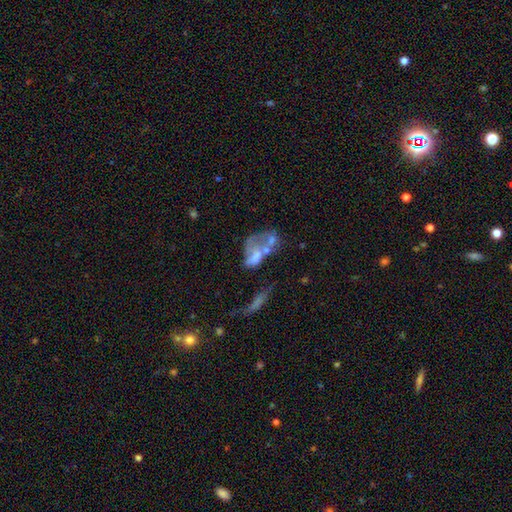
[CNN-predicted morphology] Q: Smooth or featured?
A: featured or disk (50%); runner-up: smooth (35%)
Q: Edge-on disk?
A: no (96%); runner-up: yes (4%)
Q: Merging?
A: merger (48%); runner-up: major disturbance (27%)